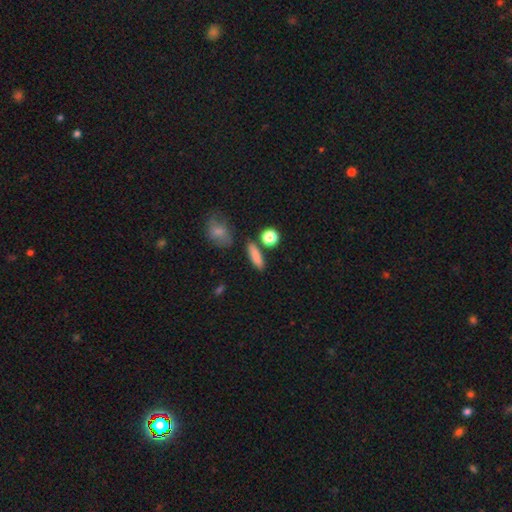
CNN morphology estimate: Smooth or featured? smooth (84%)
How rounded? cigar-shaped (52%)
Merging? none (81%)